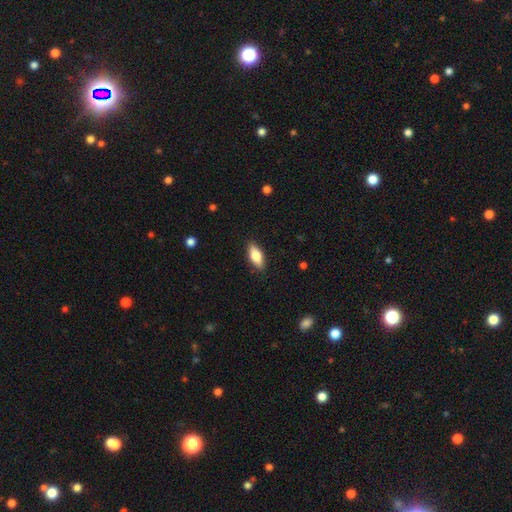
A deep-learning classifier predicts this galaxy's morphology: A smooth galaxy with no disk features (75%) that is in between round and cigar-shaped (80%). Merging: none (88%).